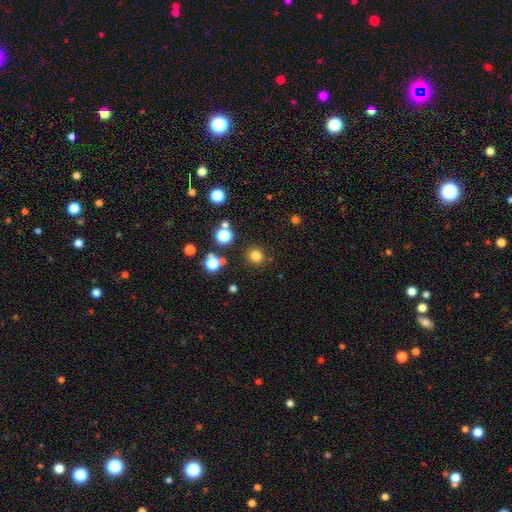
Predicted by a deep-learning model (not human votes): Morphology: type=smooth (79%); roundness=round (94%); merging=none (89%).